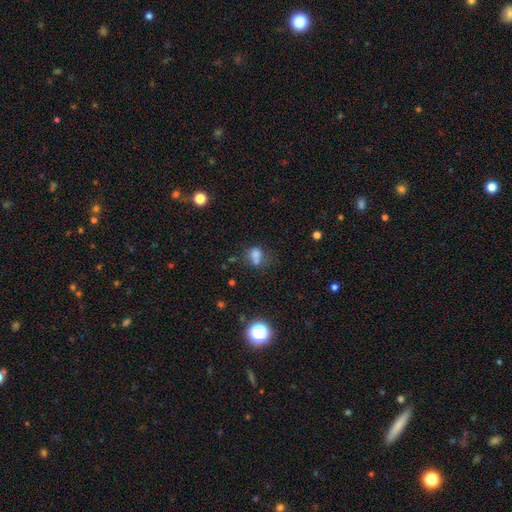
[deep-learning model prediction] Morphology: type=smooth (71%); roundness=in between (61%); merging=none (42%).